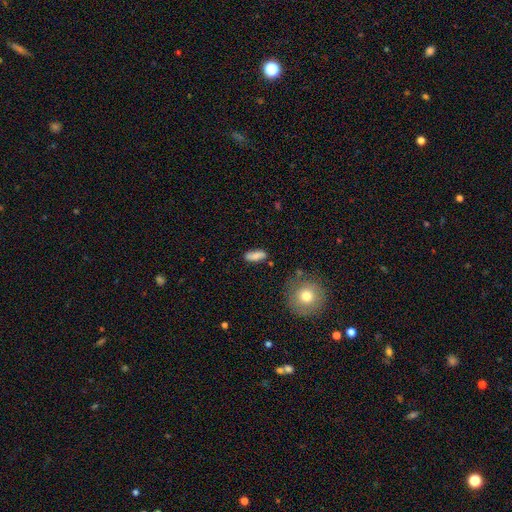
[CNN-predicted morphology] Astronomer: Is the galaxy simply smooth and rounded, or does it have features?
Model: smooth — 76%.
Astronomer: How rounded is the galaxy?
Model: in between — 67%.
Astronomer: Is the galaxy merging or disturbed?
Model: none — 73%.